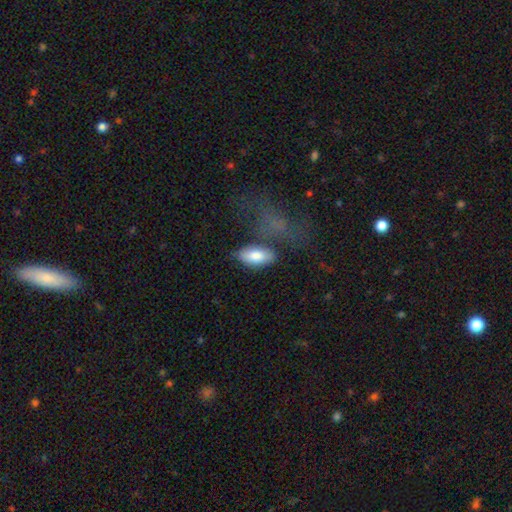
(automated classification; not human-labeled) smooth_or_featured: smooth (p=0.81) [alt: featured or disk p=0.13]
how_rounded: in between (p=0.89) [alt: cigar-shaped p=0.08]
merging: none (p=0.60) [alt: minor disturbance p=0.19]